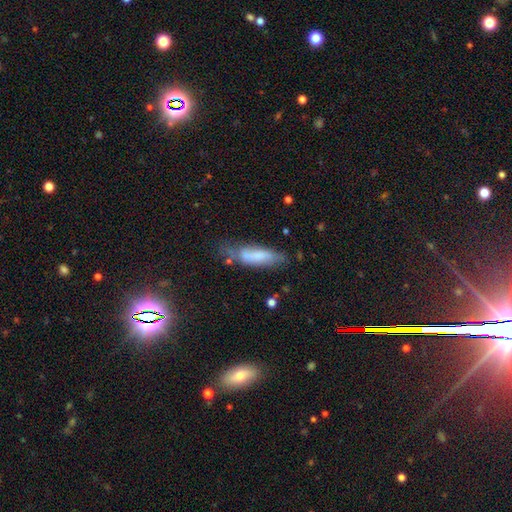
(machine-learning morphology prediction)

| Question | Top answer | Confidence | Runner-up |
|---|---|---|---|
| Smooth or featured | smooth | 65% | featured or disk (27%) |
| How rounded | cigar-shaped | 52% | in between (46%) |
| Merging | none | 47% | minor disturbance (32%) |